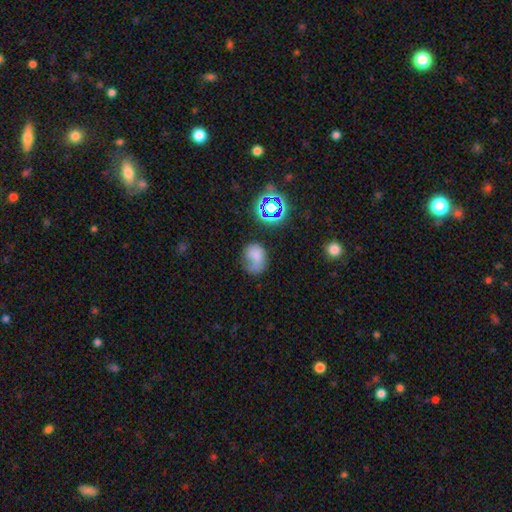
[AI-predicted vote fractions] Smooth or featured? Predicted: smooth (p=0.57). How rounded? Predicted: in between (p=0.50). Merging? Predicted: none (p=0.38).